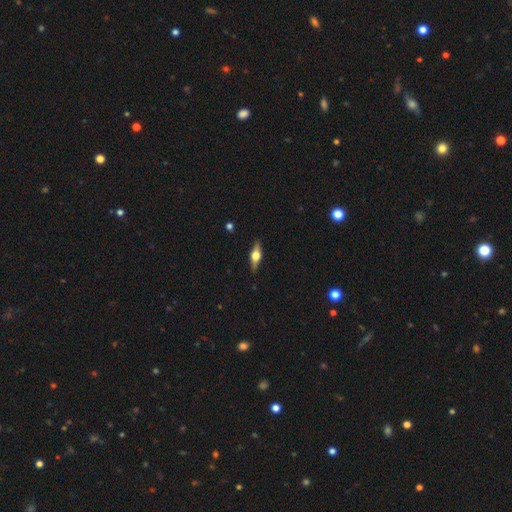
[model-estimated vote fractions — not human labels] smooth_or_featured: featured or disk (p=0.69) [alt: smooth p=0.25]
disk_edge_on: yes (p=0.96) [alt: no p=0.04]
edge_on_bulge: rounded (p=0.95) [alt: boxy p=0.04]
merging: none (p=0.89) [alt: minor disturbance p=0.08]